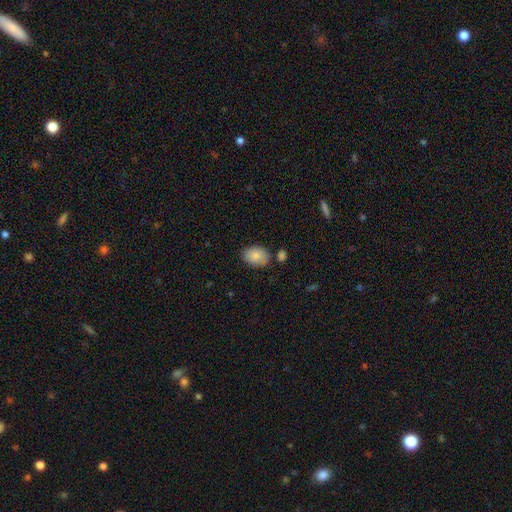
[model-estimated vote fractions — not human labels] smooth_or_featured: smooth (p=0.85) [alt: featured or disk p=0.08]
how_rounded: in between (p=0.80) [alt: round p=0.19]
merging: none (p=0.74) [alt: minor disturbance p=0.16]